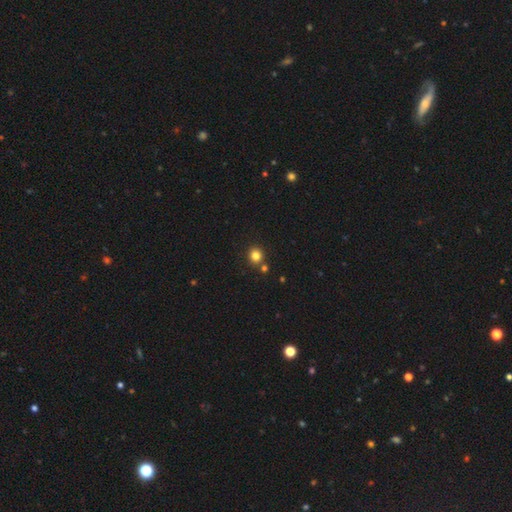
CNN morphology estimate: Smooth or featured?
  - smooth: 81% *
  - star or artifact: 13%
  - featured or disk: 5%
How rounded?
  - round: 87% *
  - in between: 12%
  - cigar-shaped: 1%
Merging?
  - none: 80% *
  - merger: 10%
  - minor disturbance: 7%
  - major disturbance: 2%